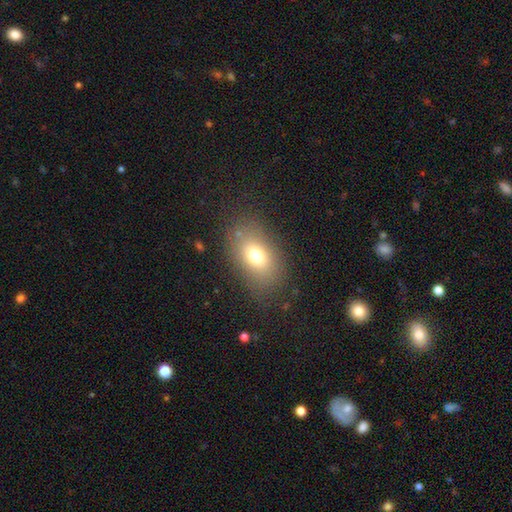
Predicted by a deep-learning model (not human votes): A smooth galaxy with no disk features (72%) that is in between round and cigar-shaped (81%). Merging: none (79%).